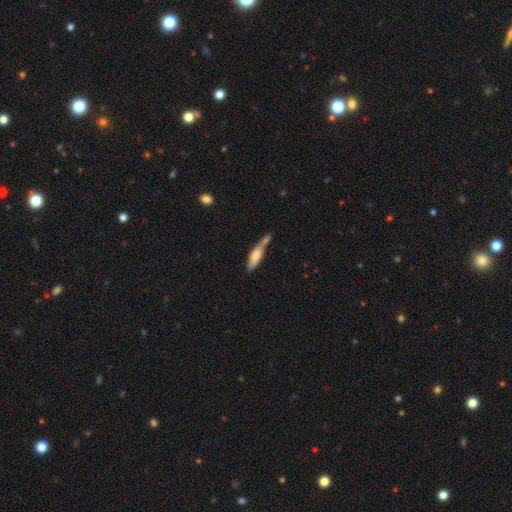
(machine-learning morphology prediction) This appears to be a smooth galaxy with no disk features (67%) that is cigar-shaped (62%). Merging: none (37%).